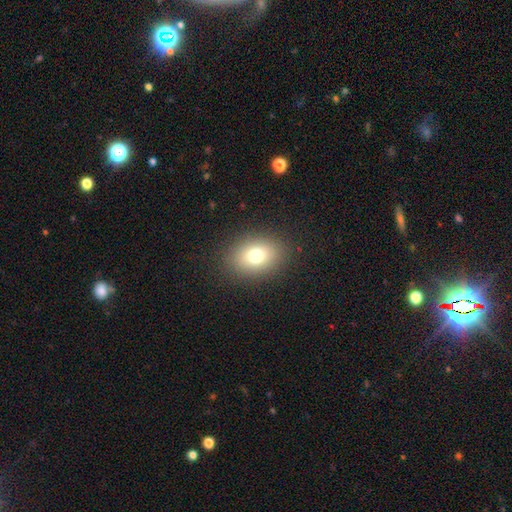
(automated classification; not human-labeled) Smooth or featured? smooth (75%)
How rounded? in between (67%)
Merging? none (88%)